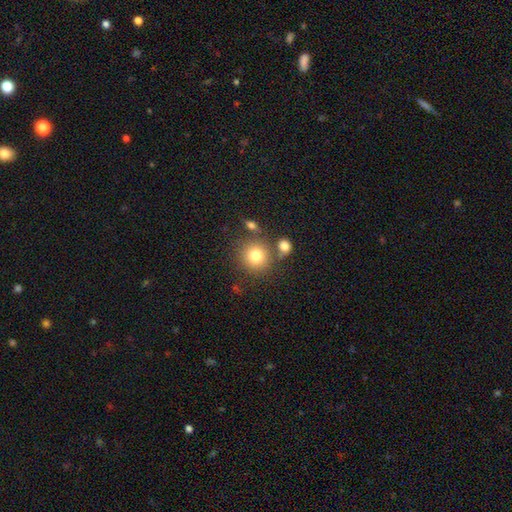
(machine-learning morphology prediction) type=smooth (79%); roundness=round (90%); merging=none (73%).